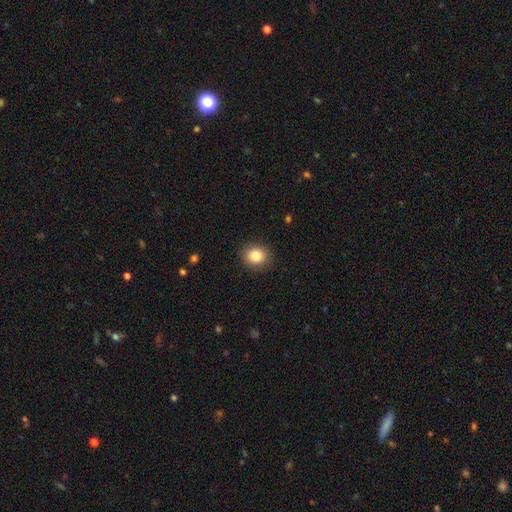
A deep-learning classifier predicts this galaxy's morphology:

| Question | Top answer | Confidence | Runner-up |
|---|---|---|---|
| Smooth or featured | smooth | 83% | star or artifact (10%) |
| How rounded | round | 76% | in between (23%) |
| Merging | none | 89% | minor disturbance (7%) |